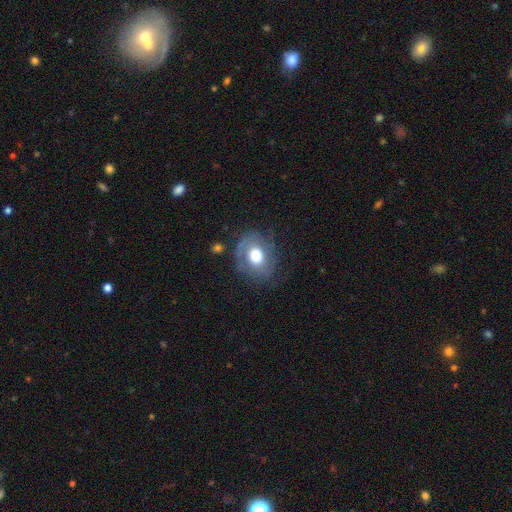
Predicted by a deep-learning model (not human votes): Q: Smooth or featured?
A: smooth (50%); runner-up: featured or disk (40%)
Q: How rounded?
A: round (58%); runner-up: in between (41%)
Q: Merging?
A: none (65%); runner-up: minor disturbance (21%)